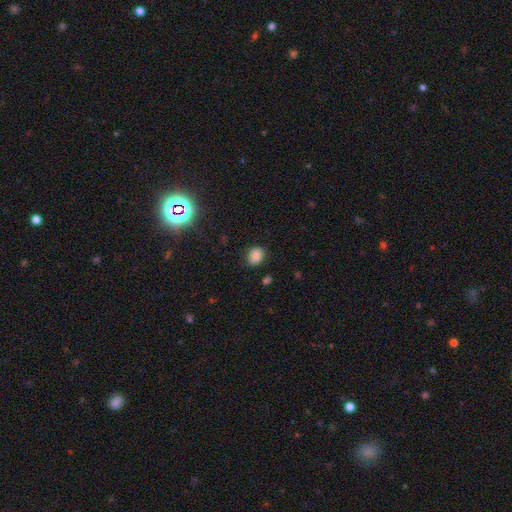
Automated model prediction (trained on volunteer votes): smooth 80%, star or artifact 12%, featured or disk 7%. Down the decision tree: how rounded — round (53%); merging — none (74%).